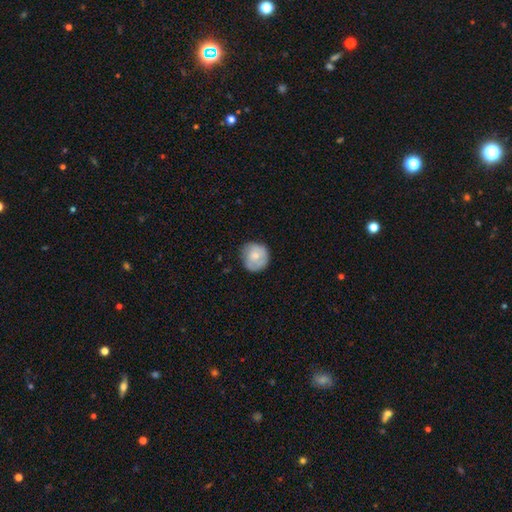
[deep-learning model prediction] Smooth or featured: smooth — 69% (featured or disk — 24%)
How rounded: round — 89% (in between — 10%)
Merging: none — 72% (minor disturbance — 22%)